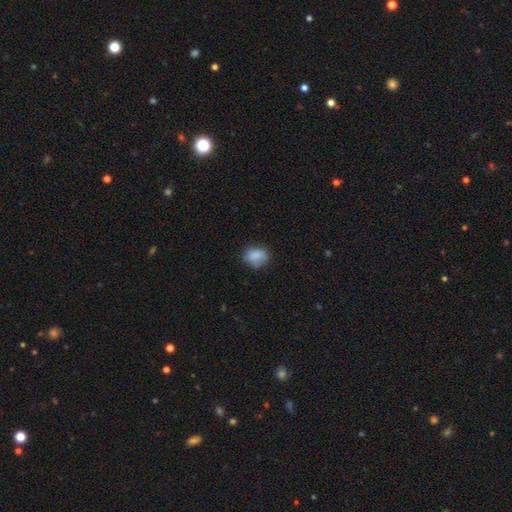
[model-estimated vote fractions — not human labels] Smooth or featured: smooth — 84% (star or artifact — 9%)
How rounded: in between — 58% (round — 40%)
Merging: none — 69% (minor disturbance — 24%)